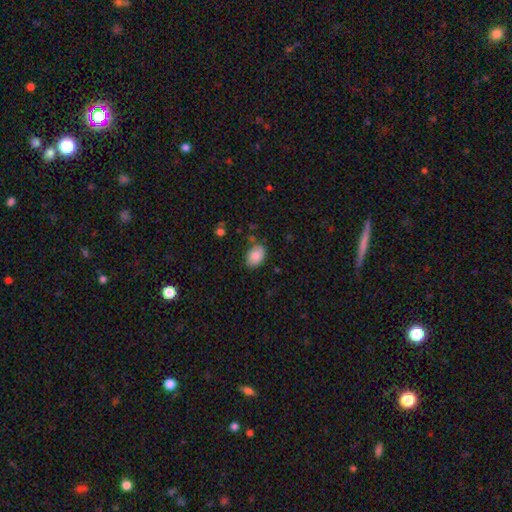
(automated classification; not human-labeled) Smooth or featured? smooth (86%)
How rounded? in between (84%)
Merging? none (75%)